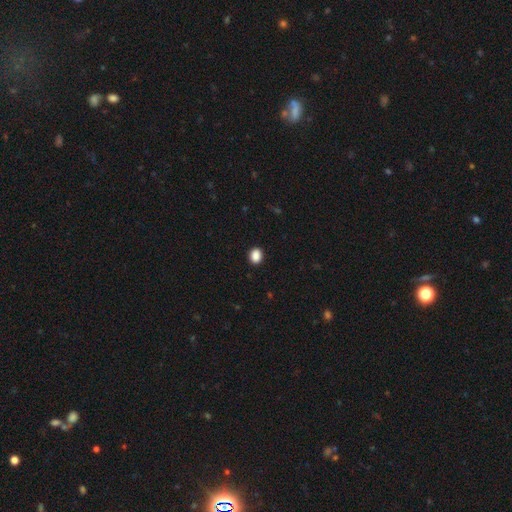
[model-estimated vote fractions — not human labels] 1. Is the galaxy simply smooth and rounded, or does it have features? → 89% smooth, 9% star or artifact, 2% featured or disk.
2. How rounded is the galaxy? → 59% in between, 40% round, 1% cigar-shaped.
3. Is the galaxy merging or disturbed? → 91% none, 6% minor disturbance, 2% major disturbance, 1% merger.